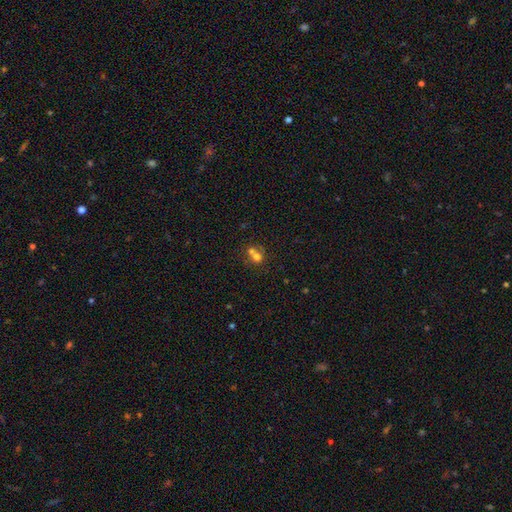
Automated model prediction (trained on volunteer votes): A smooth galaxy with no disk features (65%) that is round (72%). Merging: merger (58%).